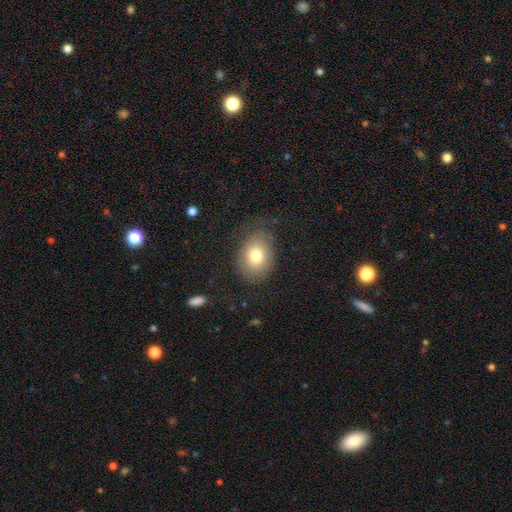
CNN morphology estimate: Smooth or featured? Predicted: smooth (p=0.76). How rounded? Predicted: in between (p=0.60). Merging? Predicted: none (p=0.74).